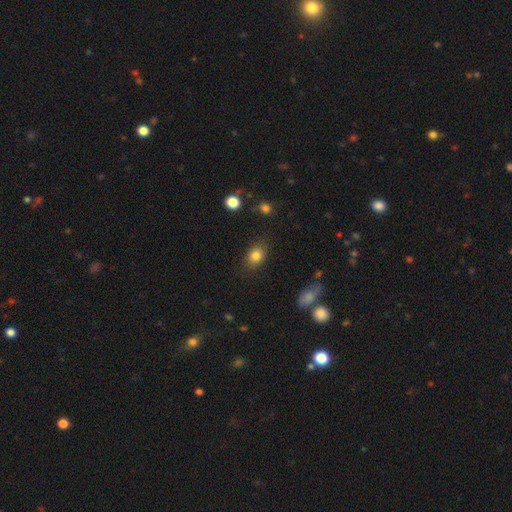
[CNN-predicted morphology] Smooth or featured? Predicted: smooth (p=0.82). How rounded? Predicted: in between (p=0.63). Merging? Predicted: none (p=0.82).